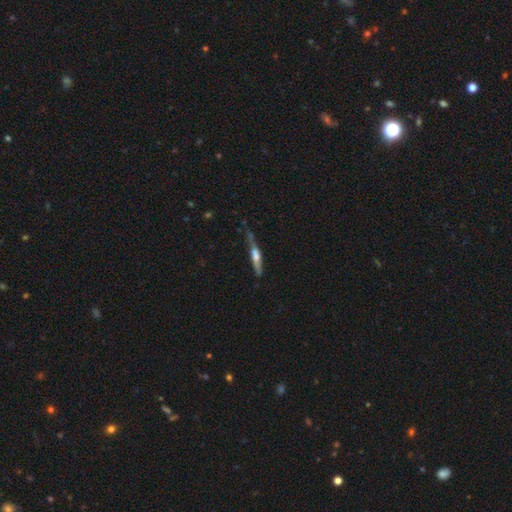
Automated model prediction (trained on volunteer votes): This appears to be a featured or disk galaxy (53%) viewed edge-on (90%). Merging: none (54%).